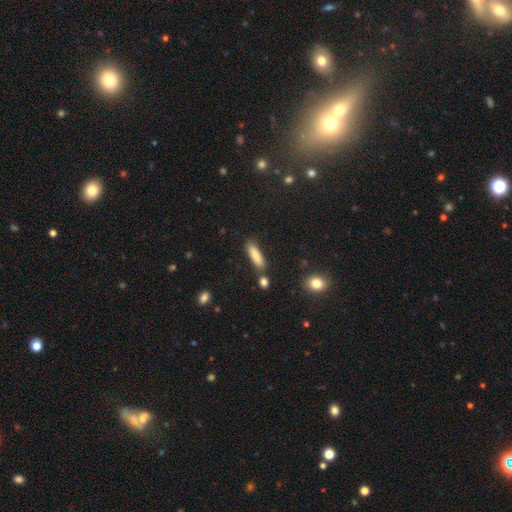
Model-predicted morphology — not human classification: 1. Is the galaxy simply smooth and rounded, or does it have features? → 83% smooth, 9% featured or disk, 7% star or artifact.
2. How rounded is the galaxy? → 63% cigar-shaped, 35% in between, 2% round.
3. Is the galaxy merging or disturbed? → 78% none, 12% minor disturbance, 7% merger, 3% major disturbance.